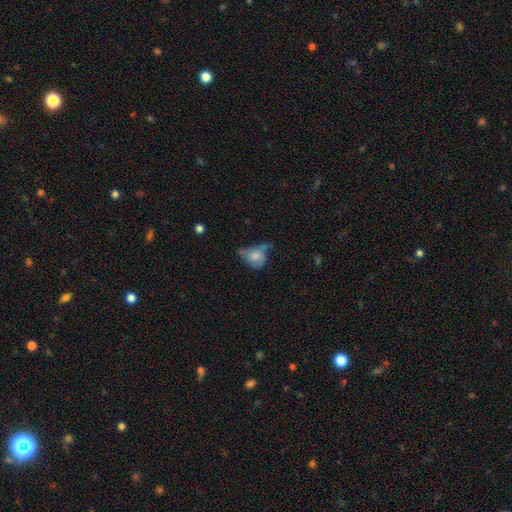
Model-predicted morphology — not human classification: Smooth or featured? smooth (55%)
How rounded? in between (63%)
Merging? major disturbance (34%)